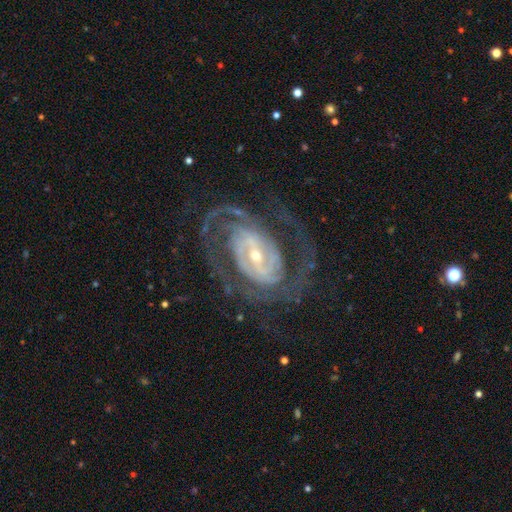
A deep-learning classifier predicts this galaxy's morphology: featured or disk 91%, star or artifact 5%, smooth 4%. Down the decision tree: edge-on disk — no (97%); bar — strong (40%); spiral arms — yes (97%); spiral arm count — 2 (58%); spiral winding — tight (47%); bulge size — small (68%); merging — none (68%).